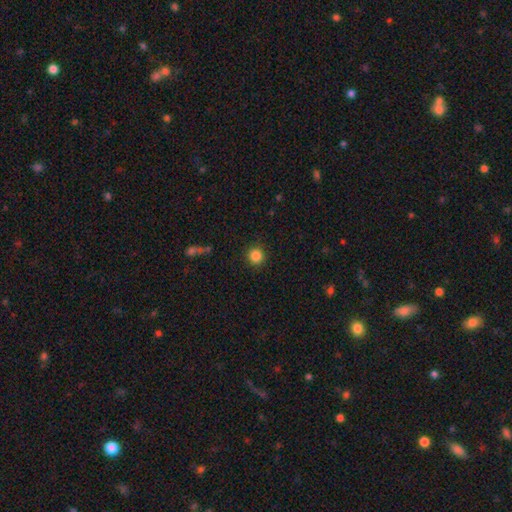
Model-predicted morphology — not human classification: smooth-or-featured: smooth: 86% | star or artifact: 11% | featured or disk: 4%
  how-rounded: round: 94% | in between: 5% | cigar-shaped: 1%
  merging: none: 90% | minor disturbance: 6% | major disturbance: 2% | merger: 1%